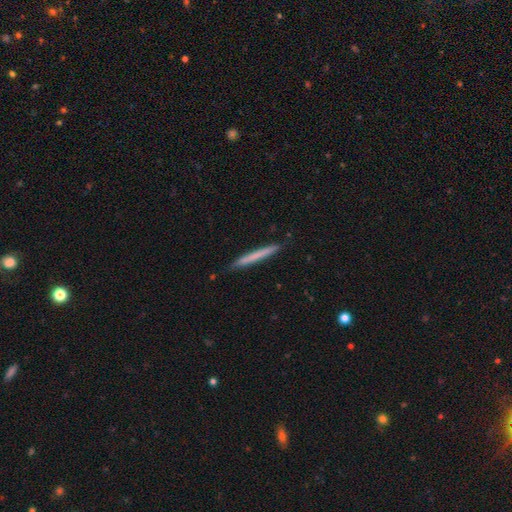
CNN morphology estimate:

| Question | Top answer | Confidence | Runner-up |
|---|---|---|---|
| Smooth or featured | smooth | 65% | featured or disk (29%) |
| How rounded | cigar-shaped | 97% | in between (2%) |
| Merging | none | 89% | minor disturbance (8%) |